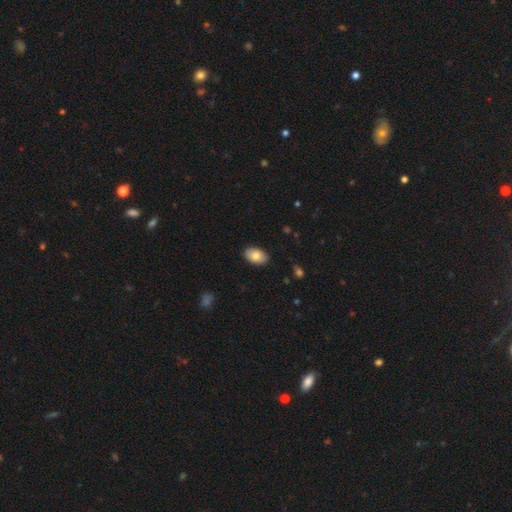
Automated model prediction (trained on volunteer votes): The model was most divided on "smooth or featured": smooth: 81%, featured or disk: 12%, star or artifact: 7%. More confident: how rounded — in between (91%); merging — none (88%).